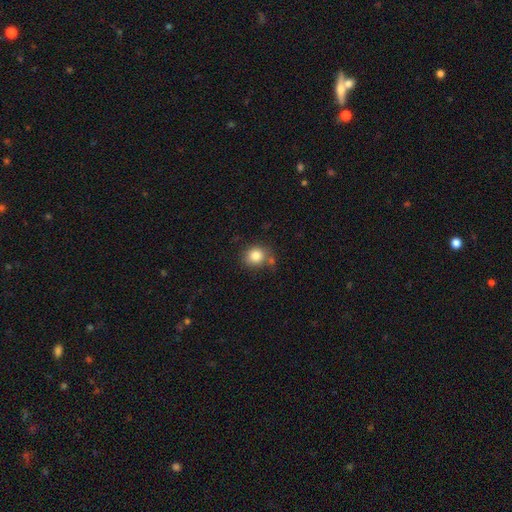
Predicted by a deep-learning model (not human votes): A smooth galaxy with no disk features (83%) that is round (81%). Merging: none (69%).